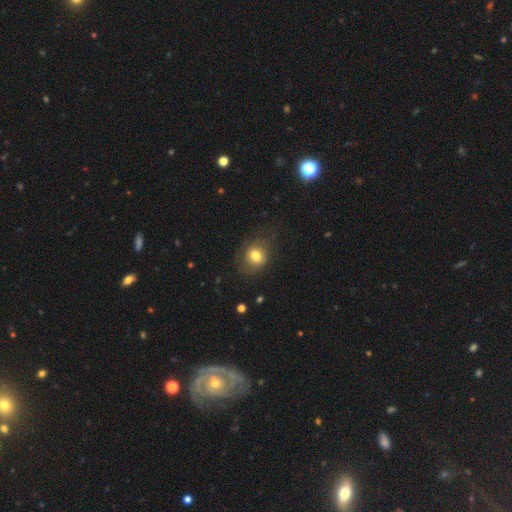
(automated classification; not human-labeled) The model was most divided on "how rounded": round: 66%, in between: 33%, cigar-shaped: 1%. More confident: smooth or featured — smooth (77%); merging — none (68%).